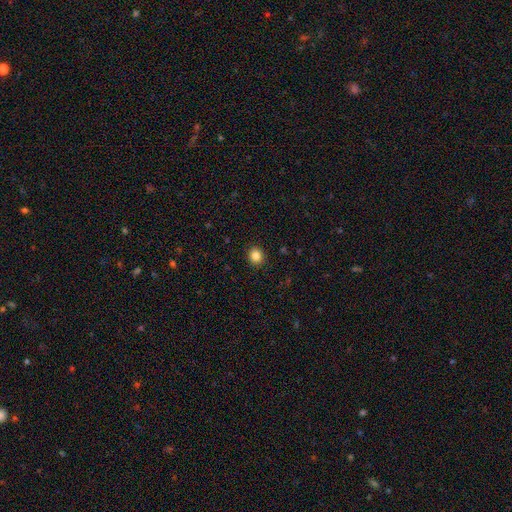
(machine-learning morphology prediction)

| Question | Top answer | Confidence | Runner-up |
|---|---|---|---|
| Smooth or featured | smooth | 85% | star or artifact (11%) |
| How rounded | round | 84% | in between (15%) |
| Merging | none | 92% | minor disturbance (5%) |